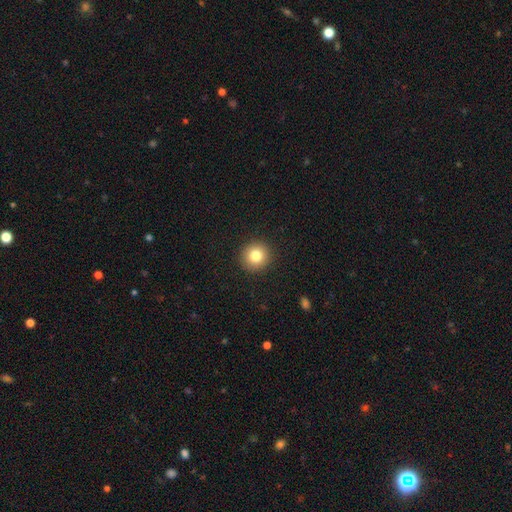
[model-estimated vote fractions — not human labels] A smooth galaxy with no disk features (81%) that is round (93%). Merging: none (93%).